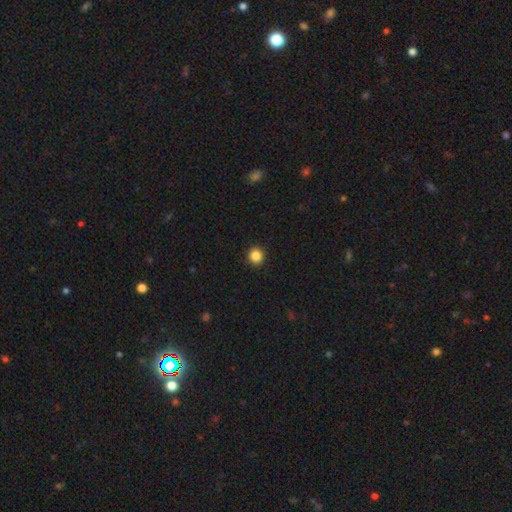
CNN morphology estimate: A smooth galaxy with no disk features (86%) that is round (93%). Merging: none (93%).